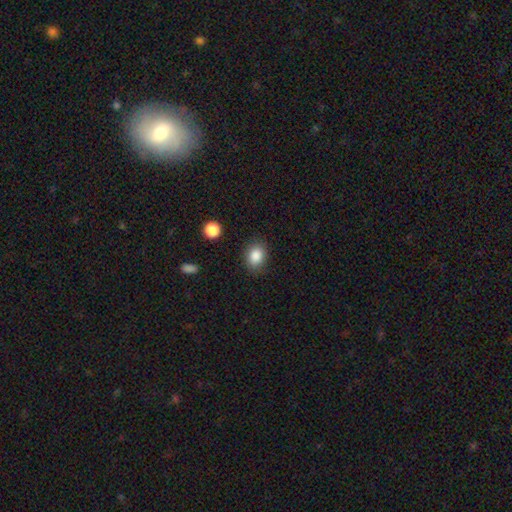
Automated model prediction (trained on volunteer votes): The model was most divided on "how rounded": in between: 61%, round: 38%, cigar-shaped: 1%. More confident: smooth or featured — smooth (86%); merging — none (84%).